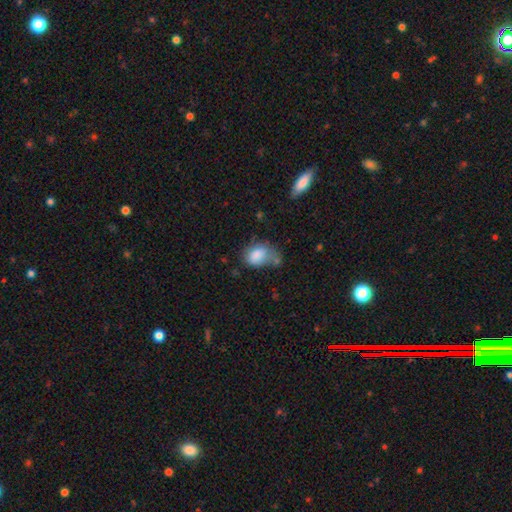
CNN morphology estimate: Smooth or featured?
  - smooth: 82% *
  - featured or disk: 10%
  - star or artifact: 8%
How rounded?
  - in between: 79% *
  - round: 20%
  - cigar-shaped: 1%
Merging?
  - none: 37% *
  - minor disturbance: 31%
  - major disturbance: 17%
  - merger: 15%